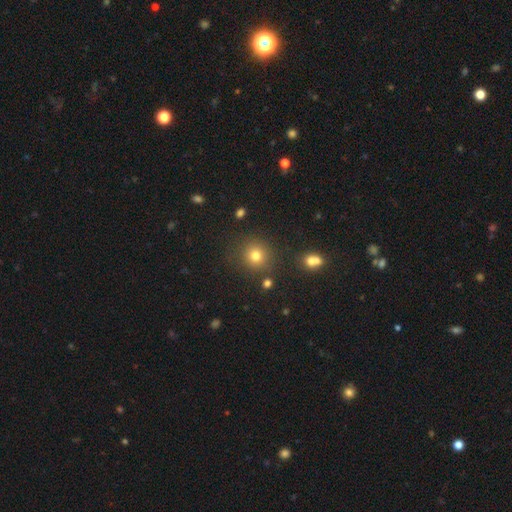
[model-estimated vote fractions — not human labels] Smooth or featured?
  - smooth: 77% *
  - star or artifact: 16%
  - featured or disk: 7%
How rounded?
  - round: 89% *
  - in between: 10%
  - cigar-shaped: 1%
Merging?
  - none: 84% *
  - minor disturbance: 8%
  - merger: 4%
  - major disturbance: 3%